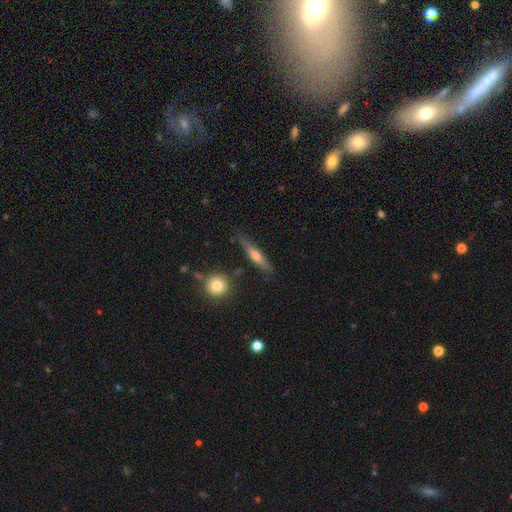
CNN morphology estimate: smooth-or-featured: featured or disk: 49% | smooth: 45% | star or artifact: 6%
  merging: none: 80% | minor disturbance: 13% | merger: 4% | major disturbance: 3%